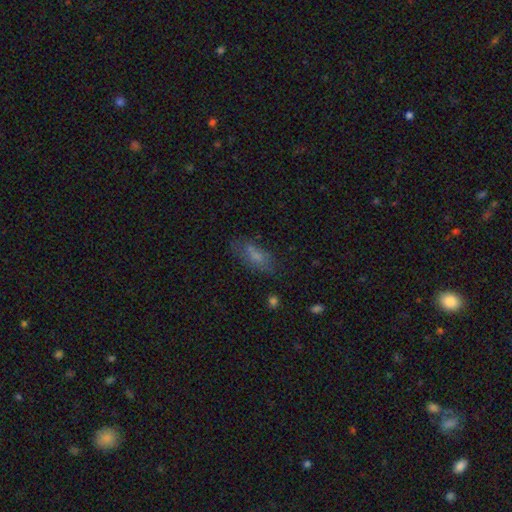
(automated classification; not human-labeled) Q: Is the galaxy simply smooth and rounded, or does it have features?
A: smooth — 64%.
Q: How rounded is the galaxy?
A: in between — 72%.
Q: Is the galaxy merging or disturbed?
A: none — 65%.